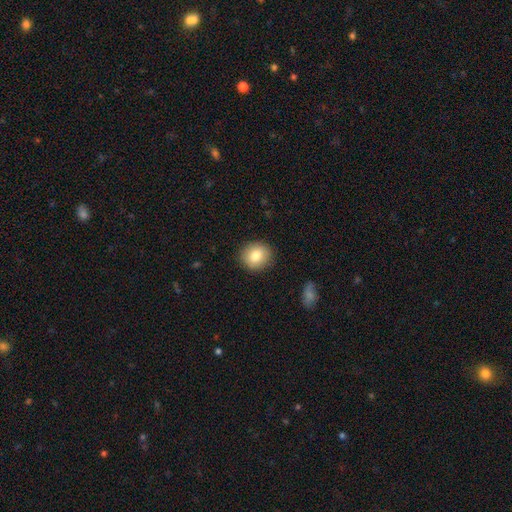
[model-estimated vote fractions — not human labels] smooth_or_featured: smooth (p=0.83) [alt: featured or disk p=0.09]
how_rounded: round (p=0.81) [alt: in between p=0.18]
merging: none (p=0.90) [alt: minor disturbance p=0.07]